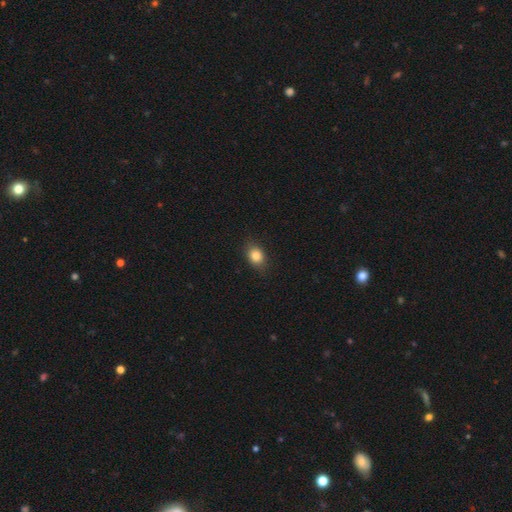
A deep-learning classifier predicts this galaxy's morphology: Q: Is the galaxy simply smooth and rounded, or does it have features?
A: smooth — 85%.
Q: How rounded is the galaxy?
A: in between — 61%.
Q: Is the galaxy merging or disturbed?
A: none — 82%.